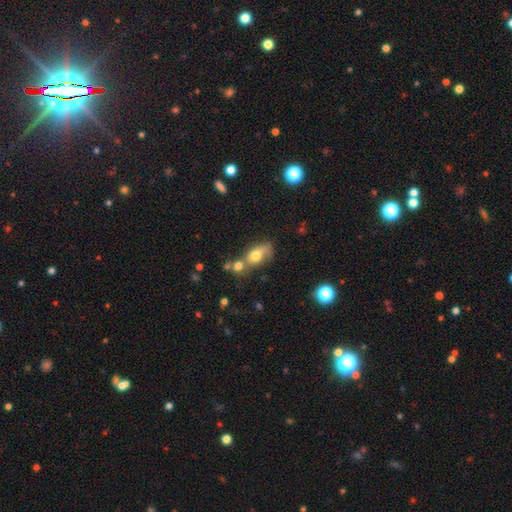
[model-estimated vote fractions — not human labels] Smooth or featured: smooth — 69% (featured or disk — 20%)
How rounded: in between — 74% (round — 19%)
Merging: merger — 45% (none — 29%)